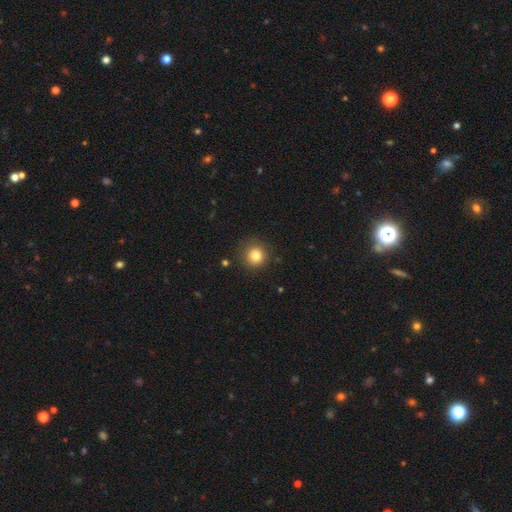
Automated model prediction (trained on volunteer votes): The model was most divided on "smooth or featured": smooth: 82%, star or artifact: 12%, featured or disk: 6%. More confident: how rounded — round (93%); merging — none (87%).